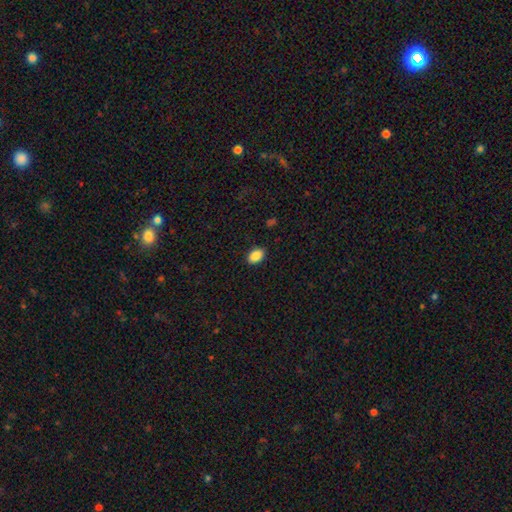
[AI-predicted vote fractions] This appears to be a smooth galaxy with no disk features (89%) that is in between round and cigar-shaped (83%). Merging: none (88%).